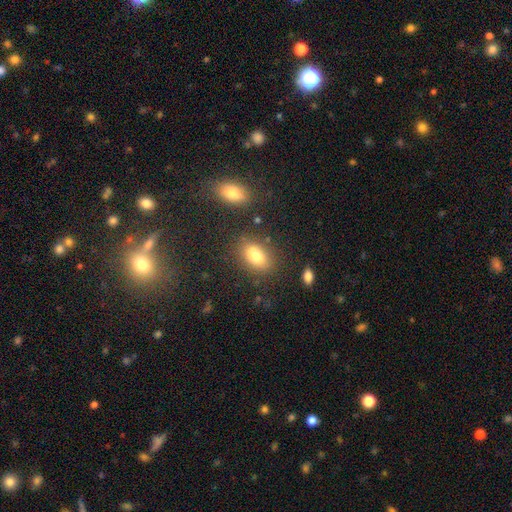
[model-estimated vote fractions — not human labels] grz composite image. It shows a smooth galaxy with no disk features (78%) that is in between round and cigar-shaped (83%). Merging: none (73%).